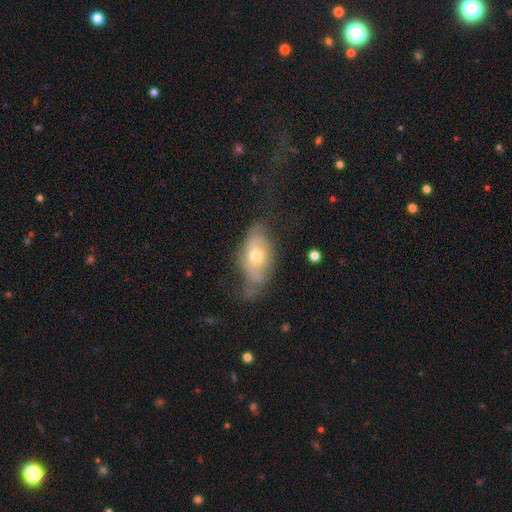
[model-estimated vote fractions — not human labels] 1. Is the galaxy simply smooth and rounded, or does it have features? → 47% smooth, 44% featured or disk, 9% star or artifact.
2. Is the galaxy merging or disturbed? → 39% none, 32% minor disturbance, 25% major disturbance, 4% merger.